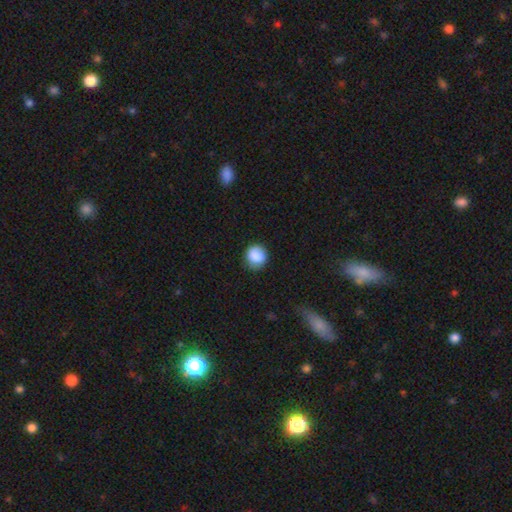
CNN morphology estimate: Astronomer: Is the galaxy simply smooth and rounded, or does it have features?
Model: smooth — 88%.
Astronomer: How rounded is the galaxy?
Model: round — 86%.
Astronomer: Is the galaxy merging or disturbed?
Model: none — 76%.